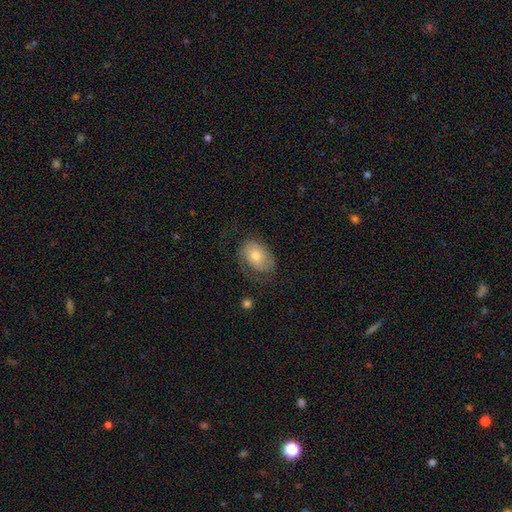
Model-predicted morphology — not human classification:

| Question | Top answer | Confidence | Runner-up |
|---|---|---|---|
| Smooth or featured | smooth | 62% | featured or disk (30%) |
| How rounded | in between | 81% | round (18%) |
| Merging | none | 56% | minor disturbance (25%) |